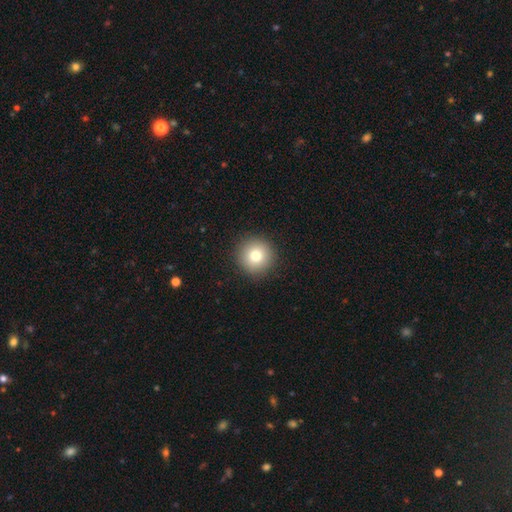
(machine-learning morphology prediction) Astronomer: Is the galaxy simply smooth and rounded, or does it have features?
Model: smooth — 80%.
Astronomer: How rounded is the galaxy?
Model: round — 95%.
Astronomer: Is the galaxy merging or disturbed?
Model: none — 92%.